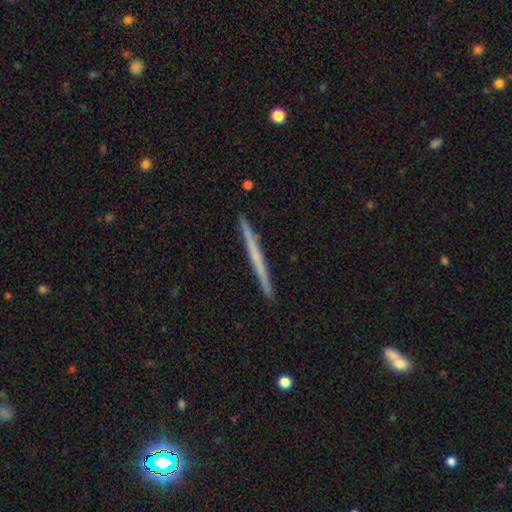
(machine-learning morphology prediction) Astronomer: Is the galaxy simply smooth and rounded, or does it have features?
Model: featured or disk — 57% (runner-up: smooth, 37%).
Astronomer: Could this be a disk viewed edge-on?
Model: yes — 98%.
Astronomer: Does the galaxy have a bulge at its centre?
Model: none — 83%.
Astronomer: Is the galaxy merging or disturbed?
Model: none — 92%.